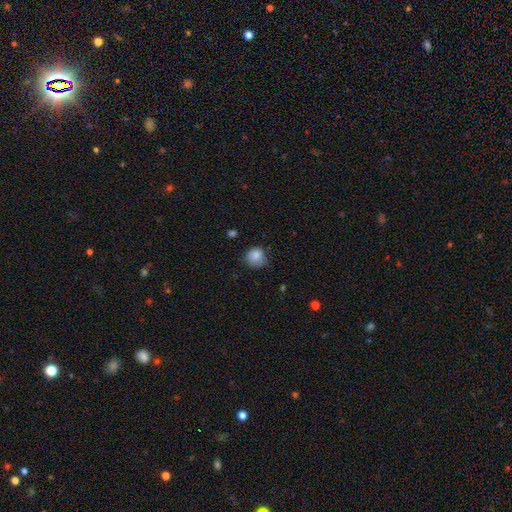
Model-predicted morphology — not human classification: smooth_or_featured: smooth (p=0.86) [alt: star or artifact p=0.09]
how_rounded: round (p=0.87) [alt: in between p=0.12]
merging: none (p=0.64) [alt: minor disturbance p=0.29]